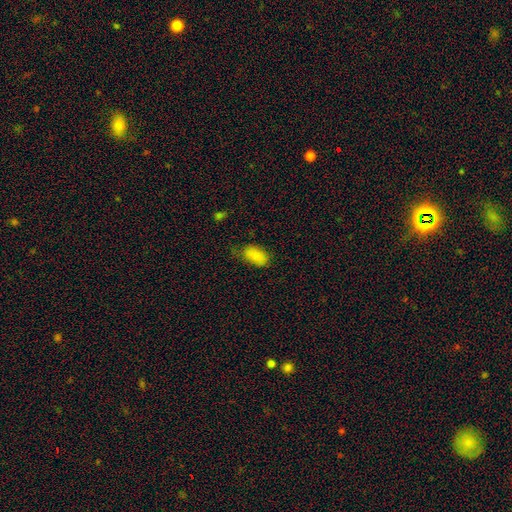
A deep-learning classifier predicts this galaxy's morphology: type=smooth (84%); roundness=in between (92%); merging=none (66%).